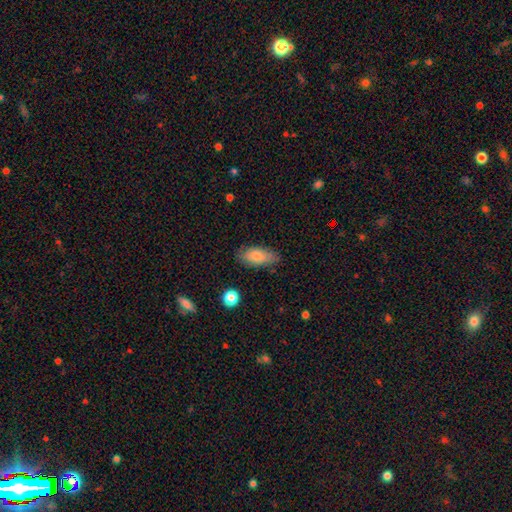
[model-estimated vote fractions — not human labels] smooth-or-featured: smooth: 78% | featured or disk: 15% | star or artifact: 7%
  how-rounded: in between: 86% | cigar-shaped: 11% | round: 3%
  merging: none: 77% | minor disturbance: 18% | major disturbance: 4% | merger: 1%